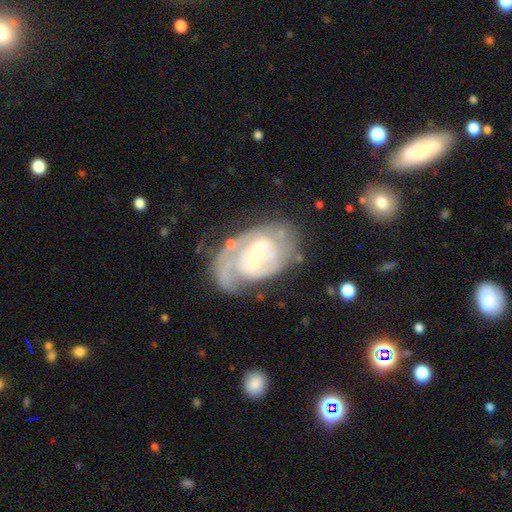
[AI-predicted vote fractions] A featured or disk galaxy (83%) with a weak bar (46%), 2 (46%) tight (51%) spiral arms (87%) and a small central bulge (56%).

Vote fractions:
- Smooth or featured? featured or disk: 83% / smooth: 12% / star or artifact: 6%
- Edge-on disk? no: 97% / yes: 3%
- Bar? weak: 46% / no: 36% / strong: 18%
- Spiral arms? yes: 87% / no: 13%
- Spiral winding? tight: 51% / medium: 35% / loose: 13%
- Spiral arm count? 2: 46% / can't tell: 27% / 1: 14% / 3: 8% / 4: 3% / more than 4: 2%
- Bulge size? small: 56% / moderate: 40% / large: 2% / none: 1% / dominant: 1%
- Merging? none: 54% / minor disturbance: 23% / major disturbance: 18% / merger: 5%